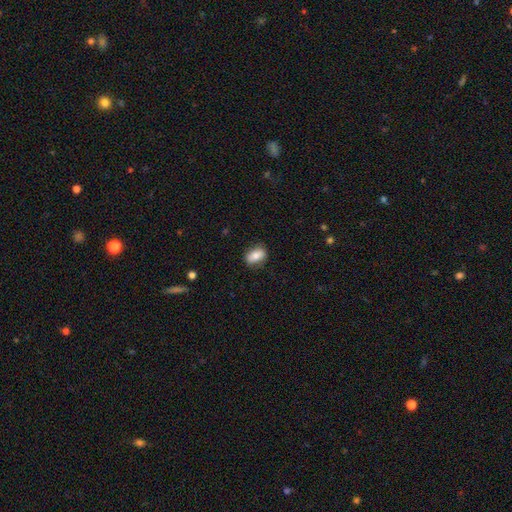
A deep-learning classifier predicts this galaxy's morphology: Smooth or featured? smooth (76%)
How rounded? in between (82%)
Merging? none (82%)